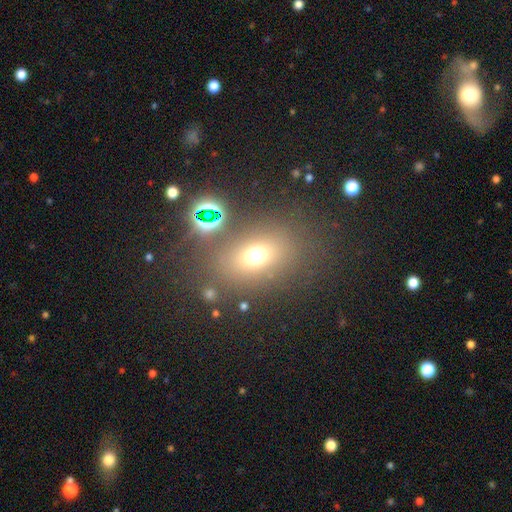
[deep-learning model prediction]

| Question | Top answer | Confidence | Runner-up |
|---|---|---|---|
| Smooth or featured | smooth | 64% | star or artifact (24%) |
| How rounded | in between | 56% | round (42%) |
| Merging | none | 73% | minor disturbance (11%) |